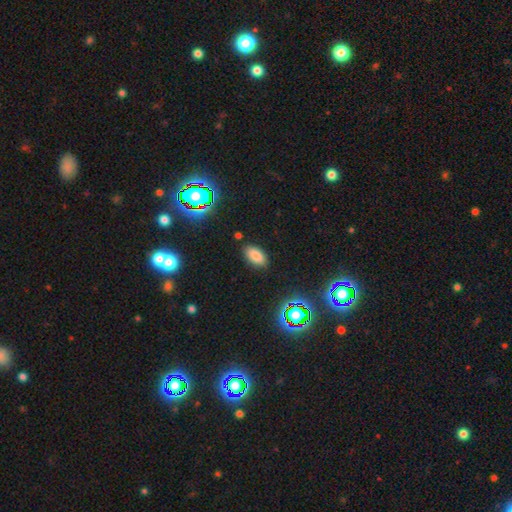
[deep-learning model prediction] smooth 79%, star or artifact 15%, featured or disk 6%. Down the decision tree: how rounded — in between (93%); merging — none (86%).